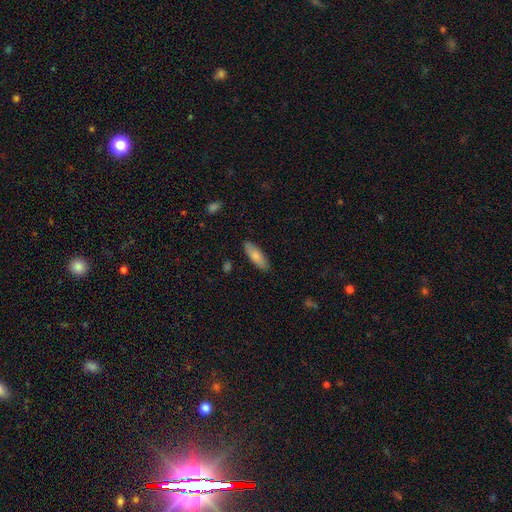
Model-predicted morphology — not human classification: smooth-or-featured: smooth: 80% | featured or disk: 14% | star or artifact: 6%
  how-rounded: in between: 65% | cigar-shaped: 33% | round: 2%
  merging: none: 87% | minor disturbance: 10% | major disturbance: 2% | merger: 1%